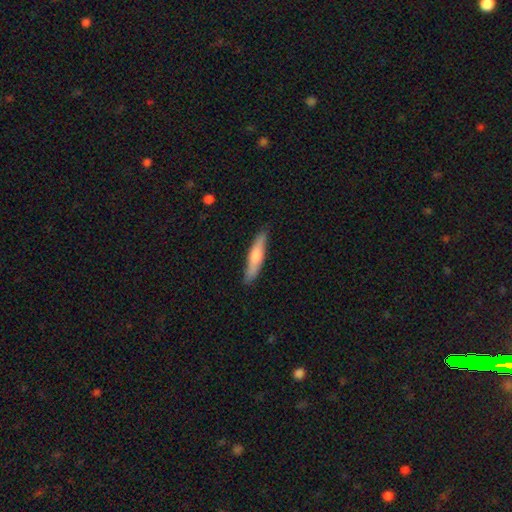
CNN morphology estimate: This appears to be a smooth galaxy with no disk features (60%) that is cigar-shaped (89%). Merging: none (89%).